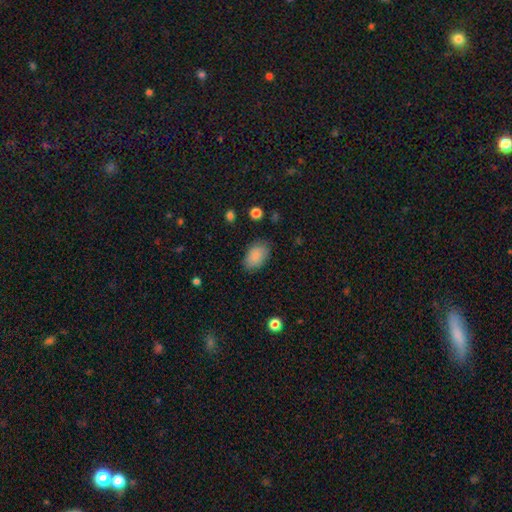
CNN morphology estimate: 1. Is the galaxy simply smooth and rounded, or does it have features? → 87% smooth, 7% star or artifact, 5% featured or disk.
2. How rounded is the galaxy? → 89% in between, 9% round, 1% cigar-shaped.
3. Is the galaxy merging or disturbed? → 80% none, 15% minor disturbance, 4% major disturbance, 1% merger.